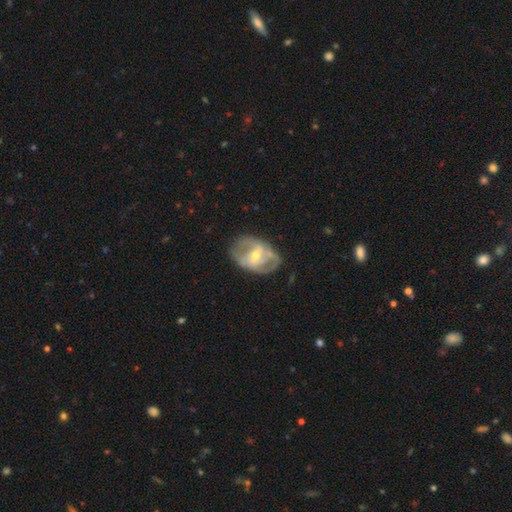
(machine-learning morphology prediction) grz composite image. It shows a featured or disk galaxy (76%) with a weak bar (42%), 2 (57%) medium (46%) spiral arms (73%) and a moderate central bulge (50%). Merging: none (64%).